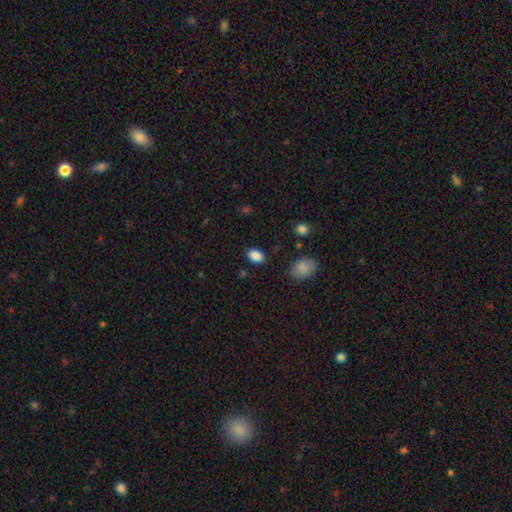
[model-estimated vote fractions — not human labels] Smooth or featured? Predicted: smooth (p=0.87). How rounded? Predicted: in between (p=0.81). Merging? Predicted: none (p=0.85).